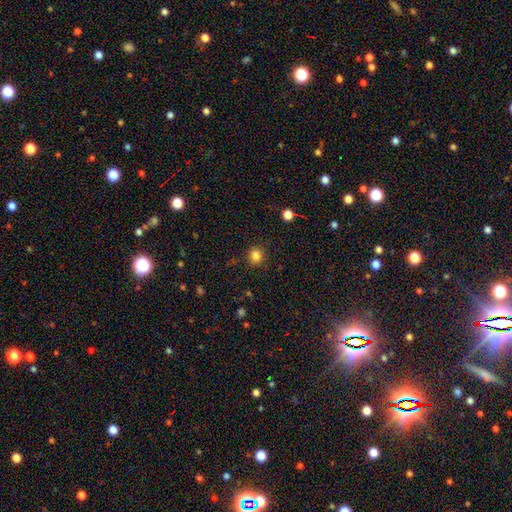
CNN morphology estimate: Smooth or featured?
  - smooth: 83% *
  - star or artifact: 12%
  - featured or disk: 4%
How rounded?
  - round: 90% *
  - in between: 9%
  - cigar-shaped: 1%
Merging?
  - none: 89% *
  - minor disturbance: 7%
  - major disturbance: 2%
  - merger: 1%